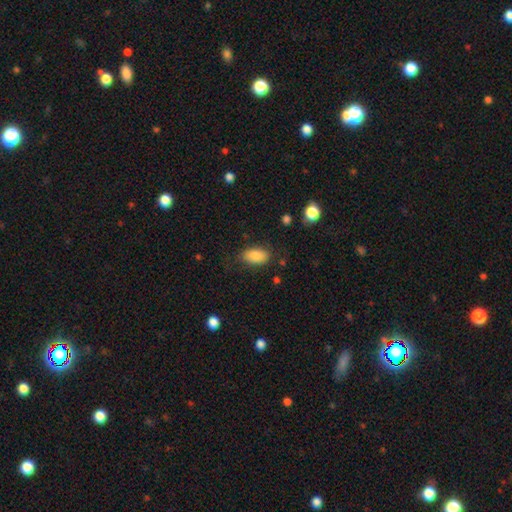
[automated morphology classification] Smooth or featured: smooth — 85% (star or artifact — 8%)
How rounded: in between — 92% (round — 5%)
Merging: none — 80% (minor disturbance — 14%)